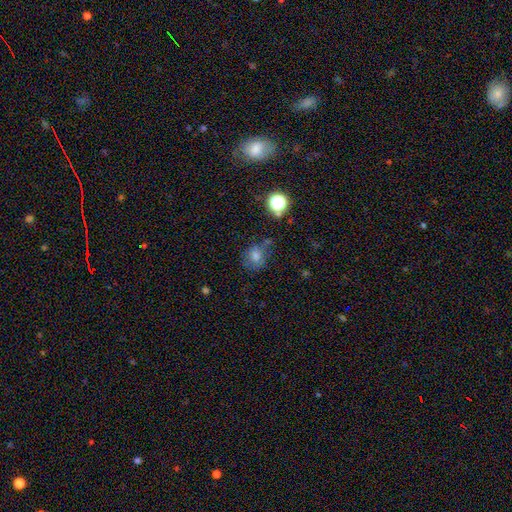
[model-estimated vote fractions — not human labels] Overall: smooth (67%). How rounded: round (74%). Merging: none (63%).